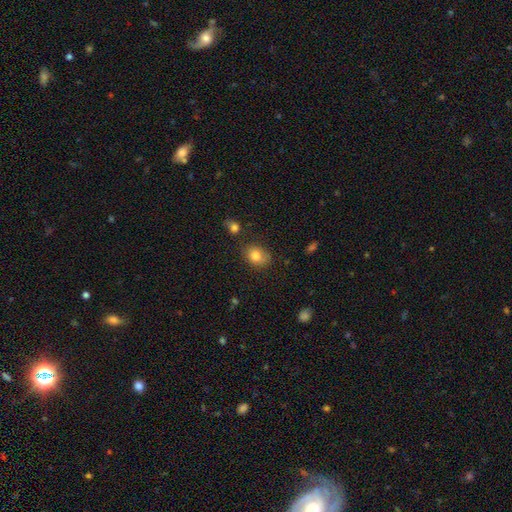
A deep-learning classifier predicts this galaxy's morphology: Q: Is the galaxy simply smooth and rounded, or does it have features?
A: smooth — 82%.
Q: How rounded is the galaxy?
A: in between — 54%.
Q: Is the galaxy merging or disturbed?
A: none — 72%.